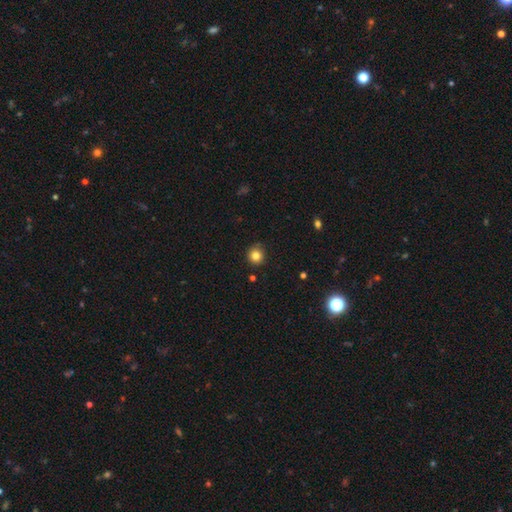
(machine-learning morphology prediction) This is clearly a smooth galaxy (82%). How rounded: clearly round (92%). Merging: clearly none (86%).